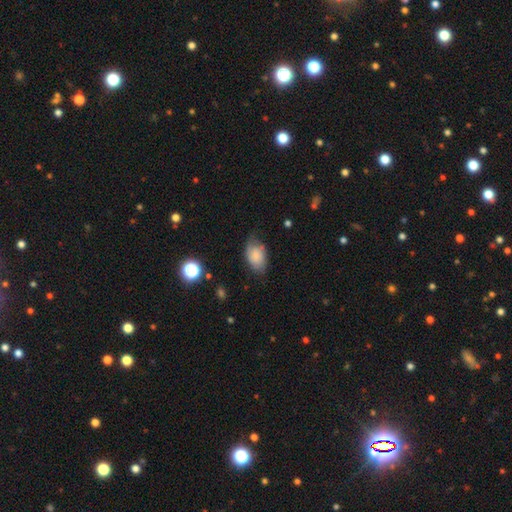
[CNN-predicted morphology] smooth_or_featured: smooth (p=0.78) [alt: featured or disk p=0.14]
how_rounded: in between (p=0.88) [alt: round p=0.10]
merging: none (p=0.61) [alt: minor disturbance p=0.30]